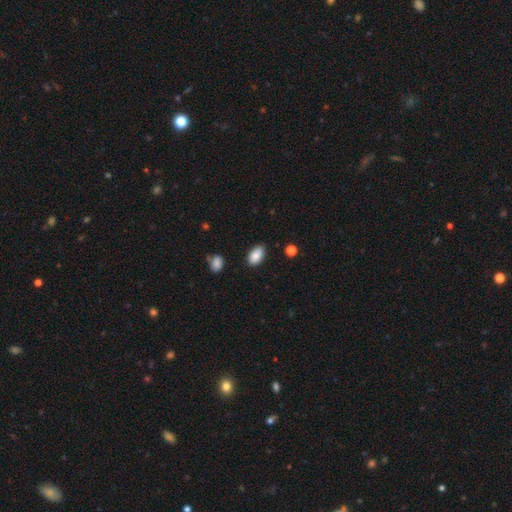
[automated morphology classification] type=smooth (87%); roundness=in between (93%); merging=none (82%).